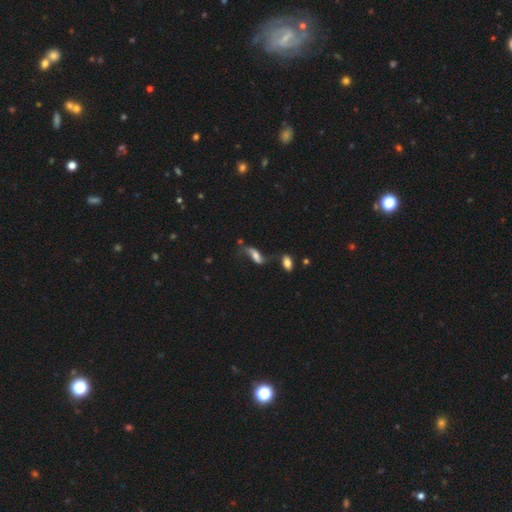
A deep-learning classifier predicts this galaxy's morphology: A featured or disk galaxy (53%).

Vote fractions:
- Smooth or featured? featured or disk: 53% / smooth: 36% / star or artifact: 11%
- Edge-on disk? no: 82% / yes: 18%
- Merging? none: 45% / minor disturbance: 21% / major disturbance: 19% / merger: 15%